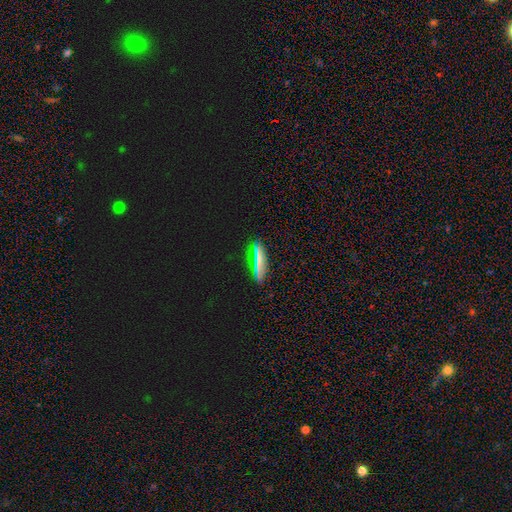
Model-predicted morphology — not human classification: This is possibly a smooth galaxy (55%). How rounded: clearly cigar-shaped (85%). Merging: clearly none (87%).